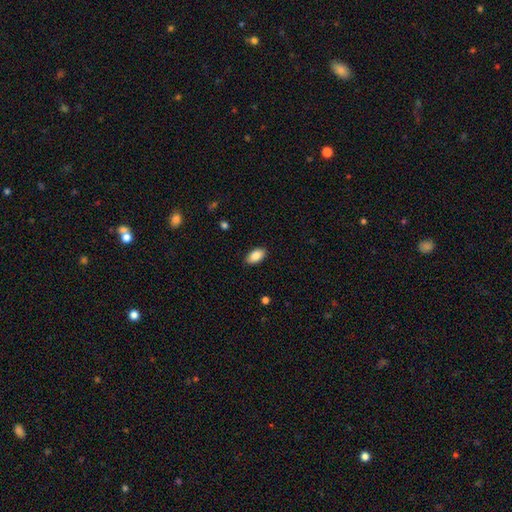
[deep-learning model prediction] This is clearly a smooth galaxy (87%). How rounded: clearly in between (93%). Merging: clearly none (88%).